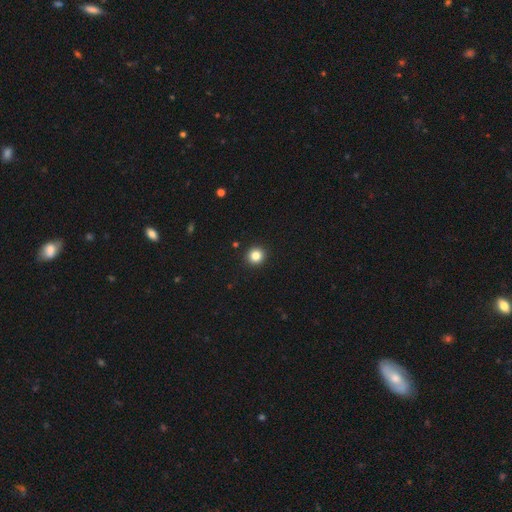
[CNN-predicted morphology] A smooth galaxy with no disk features (83%) that is round (93%). Merging: none (93%).